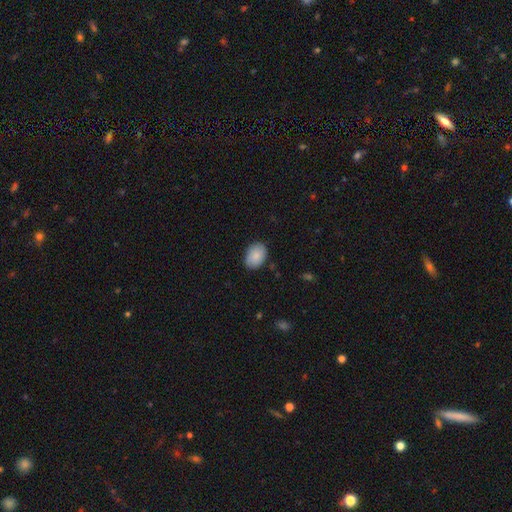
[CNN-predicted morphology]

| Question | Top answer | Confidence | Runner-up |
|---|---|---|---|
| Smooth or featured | smooth | 87% | featured or disk (7%) |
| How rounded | in between | 82% | round (17%) |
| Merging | none | 84% | minor disturbance (13%) |